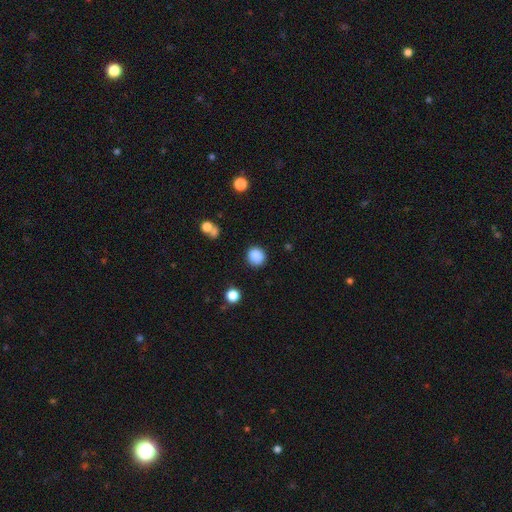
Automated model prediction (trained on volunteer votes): A smooth galaxy with no disk features (86%) that is round (88%). Merging: none (84%).